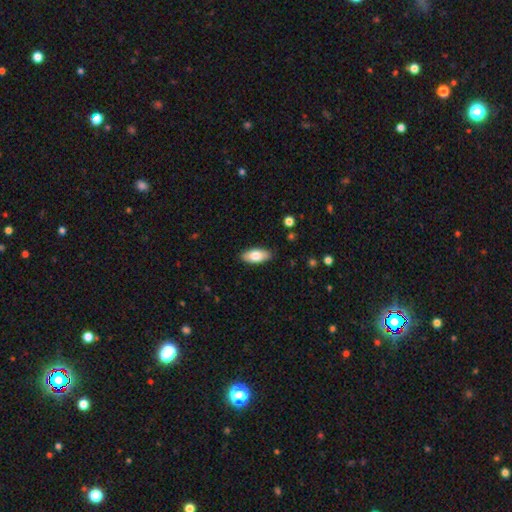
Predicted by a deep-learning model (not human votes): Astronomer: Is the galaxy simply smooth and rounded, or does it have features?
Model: smooth — 77%.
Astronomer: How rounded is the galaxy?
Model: in between — 89%.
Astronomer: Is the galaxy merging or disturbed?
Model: none — 88%.